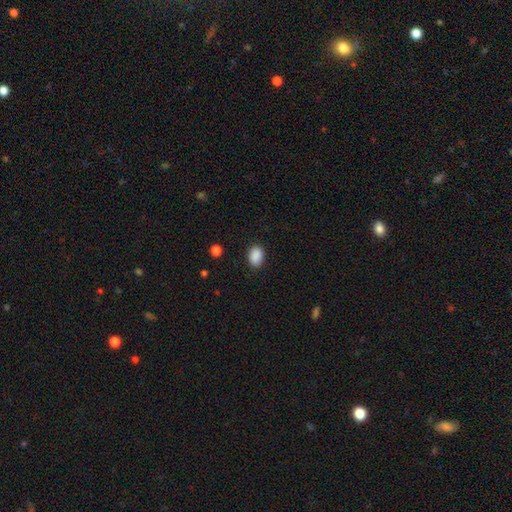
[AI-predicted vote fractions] Q: Smooth or featured?
A: smooth (90%); runner-up: star or artifact (8%)
Q: How rounded?
A: in between (80%); runner-up: round (19%)
Q: Merging?
A: none (86%); runner-up: minor disturbance (10%)